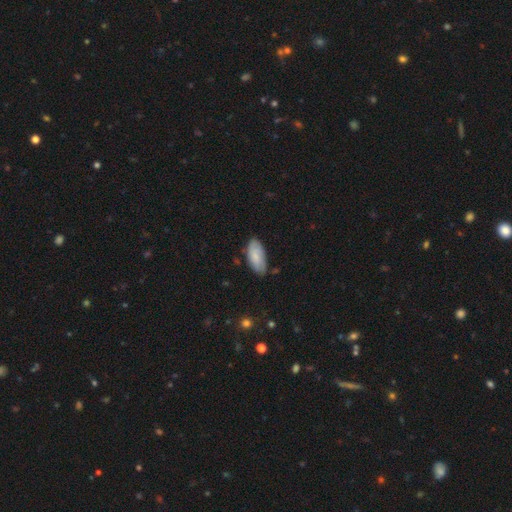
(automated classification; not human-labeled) Overall: smooth (76%). How rounded: in between (90%). Merging: none (70%).